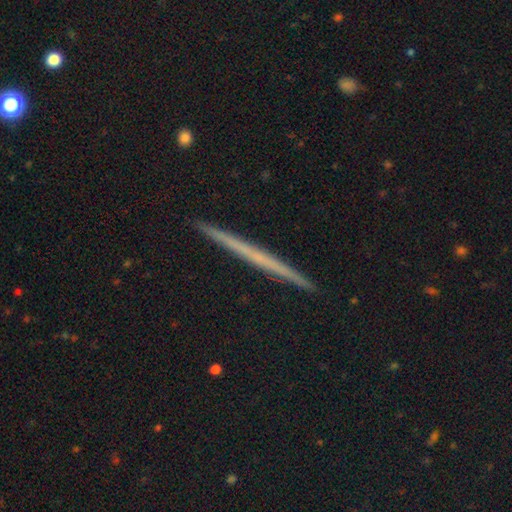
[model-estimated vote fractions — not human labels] Smooth or featured?
  - featured or disk: 57% *
  - smooth: 37%
  - star or artifact: 7%
Edge-on disk?
  - yes: 98% *
  - no: 2%
Edge-on bulge?
  - none: 91% *
  - rounded: 6%
  - boxy: 3%
Merging?
  - none: 93% *
  - minor disturbance: 5%
  - major disturbance: 1%
  - merger: 1%